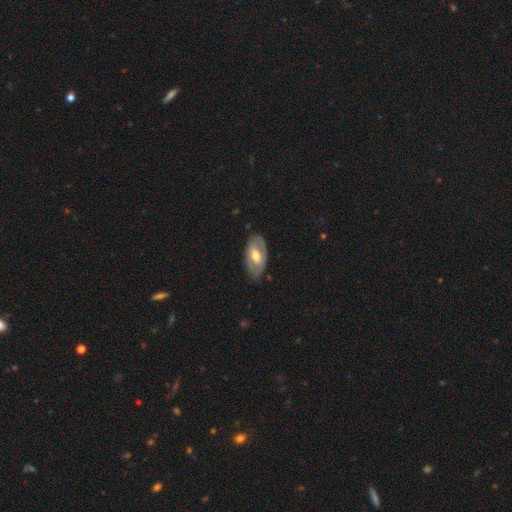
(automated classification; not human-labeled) smooth_or_featured: featured or disk (p=0.55) [alt: smooth p=0.39]
disk_edge_on: no (p=0.89) [alt: yes p=0.11]
merging: none (p=0.76) [alt: minor disturbance p=0.18]